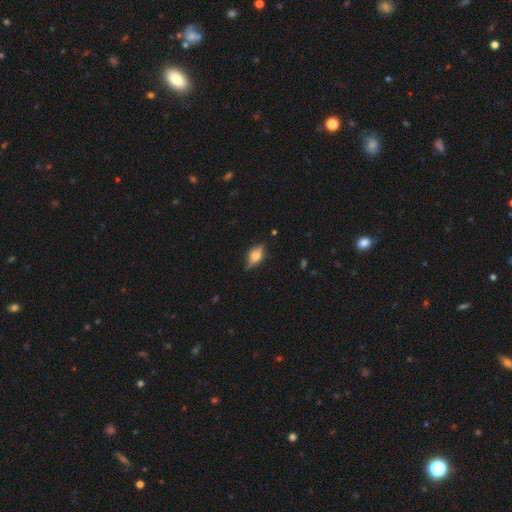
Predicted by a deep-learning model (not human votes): Overall: featured or disk (49%; smooth 42%). Merging: none (74%).